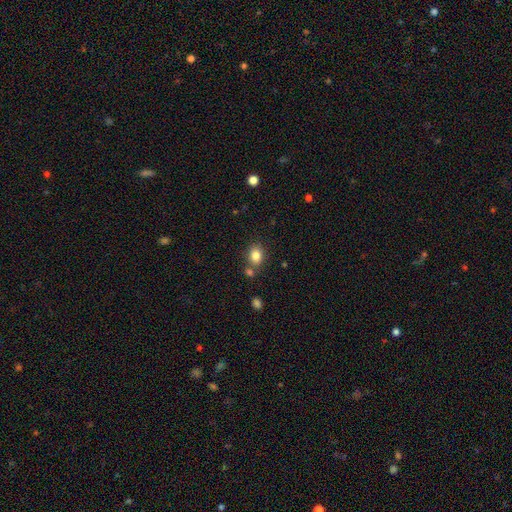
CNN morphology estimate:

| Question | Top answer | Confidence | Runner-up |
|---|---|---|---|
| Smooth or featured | smooth | 84% | star or artifact (10%) |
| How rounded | in between | 55% | round (44%) |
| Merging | none | 70% | merger (15%) |